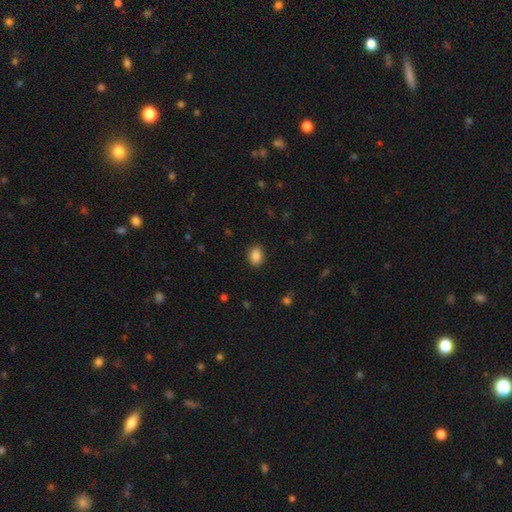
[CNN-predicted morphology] Smooth or featured? Predicted: smooth (p=0.87). How rounded? Predicted: in between (p=0.68). Merging? Predicted: none (p=0.89).